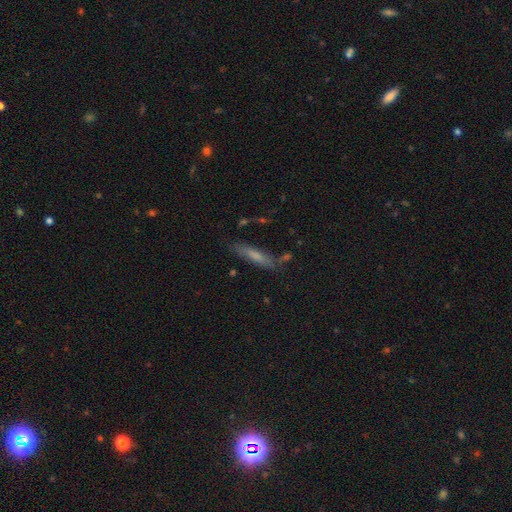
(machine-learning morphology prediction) Smooth or featured? smooth (62%)
How rounded? cigar-shaped (81%)
Merging? none (73%)